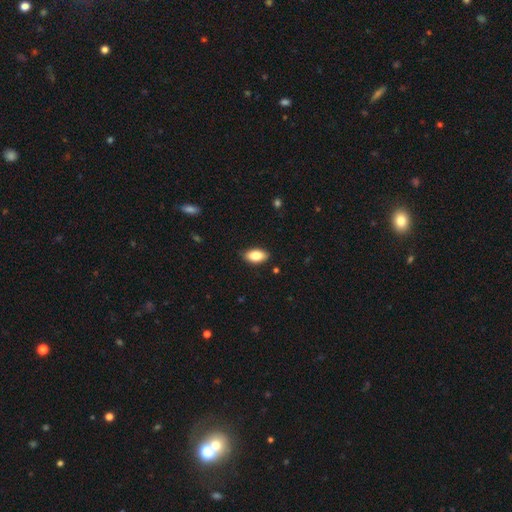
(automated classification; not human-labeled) smooth_or_featured: smooth (p=0.81) [alt: featured or disk p=0.12]
how_rounded: in between (p=0.92) [alt: round p=0.04]
merging: none (p=0.86) [alt: minor disturbance p=0.11]